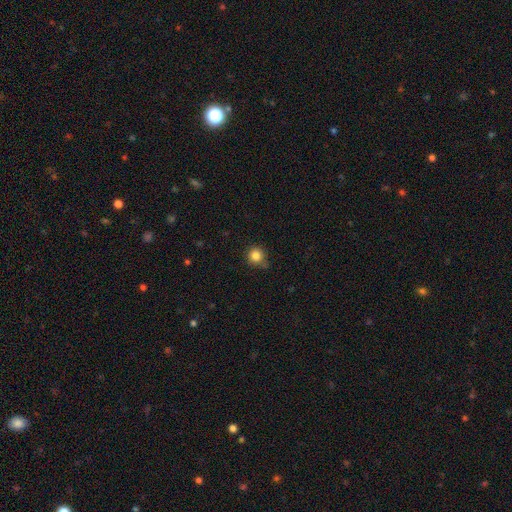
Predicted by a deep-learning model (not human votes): Overall: smooth (84%). How rounded: round (93%). Merging: none (76%).